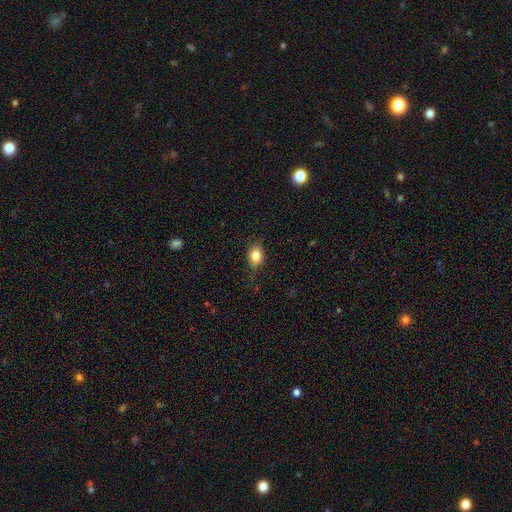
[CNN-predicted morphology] type=smooth (78%); roundness=in between (71%); merging=none (73%).